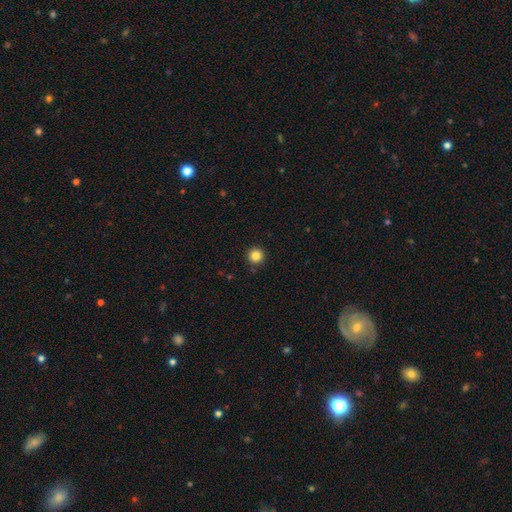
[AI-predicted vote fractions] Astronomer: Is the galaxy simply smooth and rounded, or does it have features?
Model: smooth — 84%.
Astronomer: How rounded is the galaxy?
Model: round — 96%.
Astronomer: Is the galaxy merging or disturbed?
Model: none — 92%.